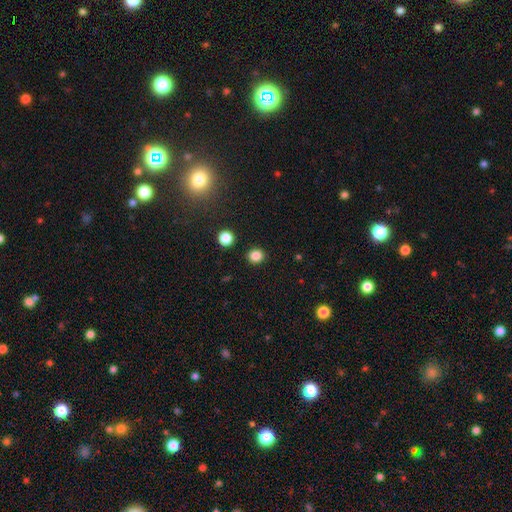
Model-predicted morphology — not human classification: Smooth or featured: smooth — 84% (star or artifact — 12%)
How rounded: round — 84% (in between — 15%)
Merging: none — 91% (minor disturbance — 5%)